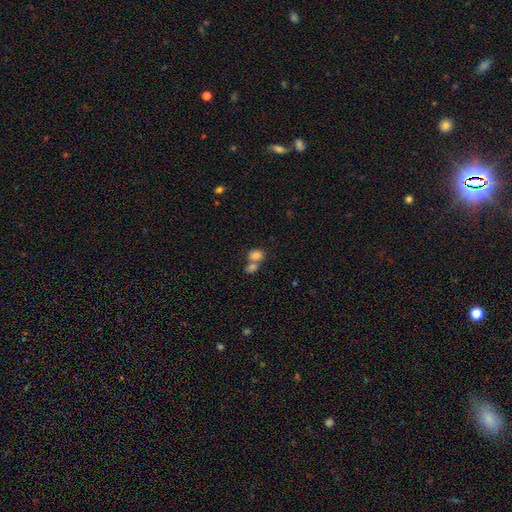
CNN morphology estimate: smooth 81%, star or artifact 10%, featured or disk 9%. Down the decision tree: how rounded — in between (58%); merging — merger (55%).